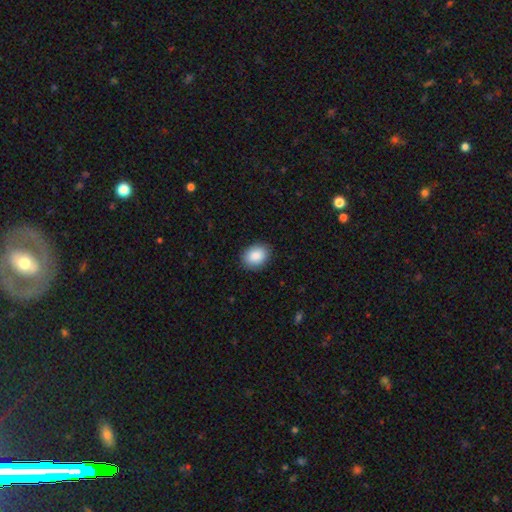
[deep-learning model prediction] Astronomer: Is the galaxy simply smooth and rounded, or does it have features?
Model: smooth — 89%.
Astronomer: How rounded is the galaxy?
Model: in between — 65%.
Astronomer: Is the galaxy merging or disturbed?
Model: none — 88%.